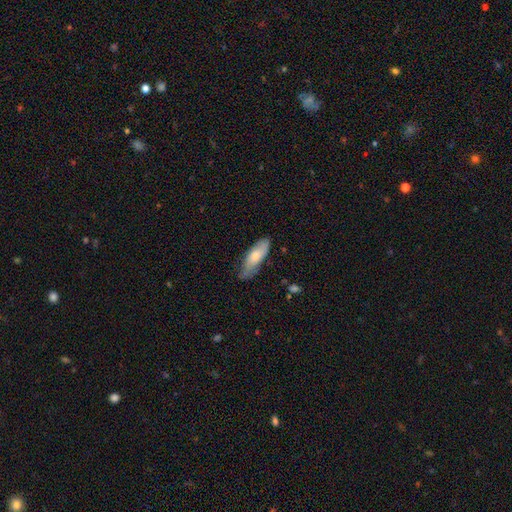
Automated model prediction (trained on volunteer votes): Smooth or featured? smooth (68%)
How rounded? in between (65%)
Merging? none (62%)